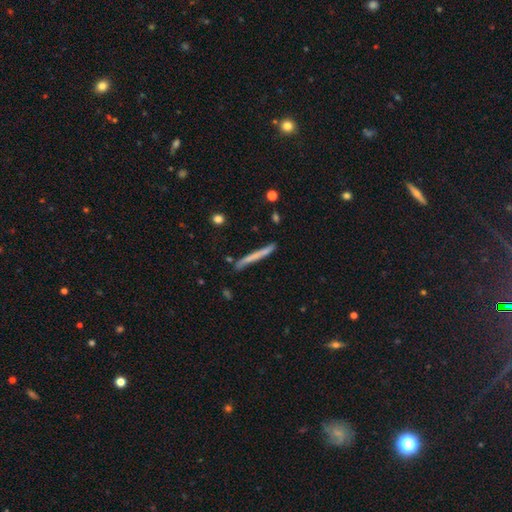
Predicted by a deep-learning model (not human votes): This appears to be a smooth galaxy with no disk features (57%) that is cigar-shaped (97%). Merging: none (85%).